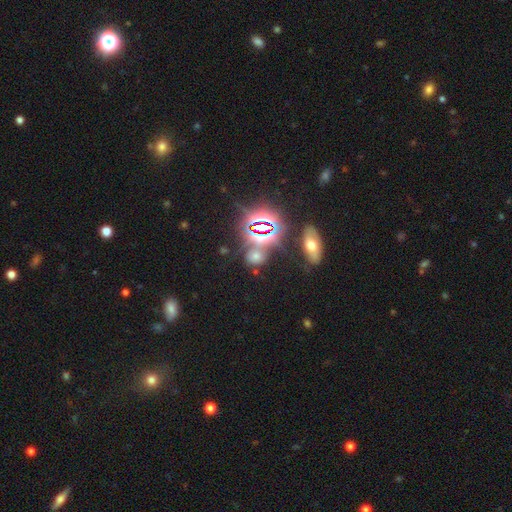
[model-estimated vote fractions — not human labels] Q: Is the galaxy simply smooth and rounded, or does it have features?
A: star or artifact — 46%.